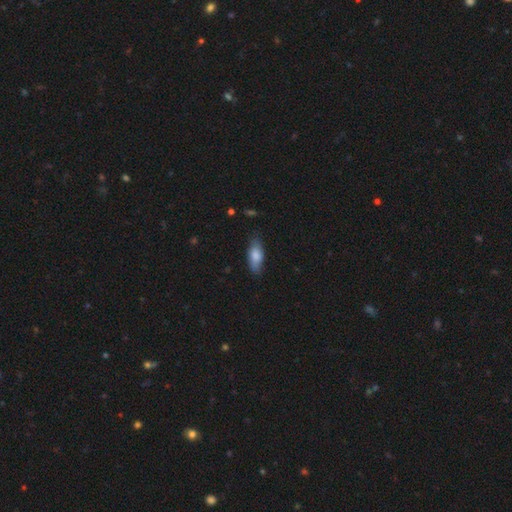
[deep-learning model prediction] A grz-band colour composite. It shows a smooth galaxy with no disk features (78%) that is in between round and cigar-shaped (77%). Merging: none (77%).